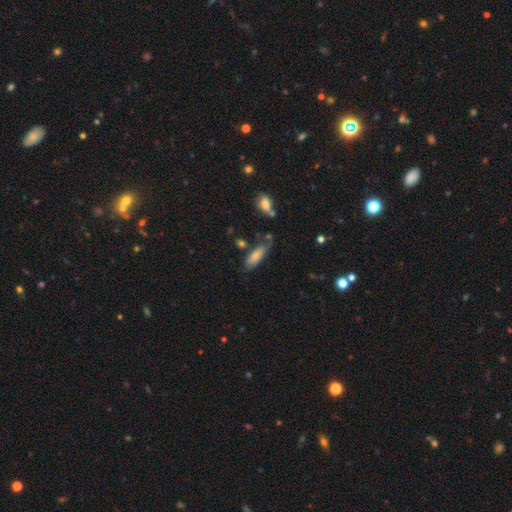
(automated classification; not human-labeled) Q: Smooth or featured?
A: smooth (78%); runner-up: featured or disk (15%)
Q: How rounded?
A: in between (57%); runner-up: cigar-shaped (41%)
Q: Merging?
A: none (53%); runner-up: minor disturbance (29%)